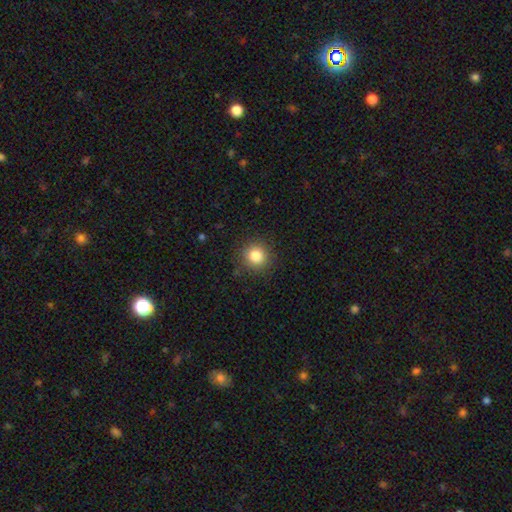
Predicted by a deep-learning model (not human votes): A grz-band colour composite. It shows a smooth galaxy with no disk features (82%) that is round (92%). Merging: none (89%).